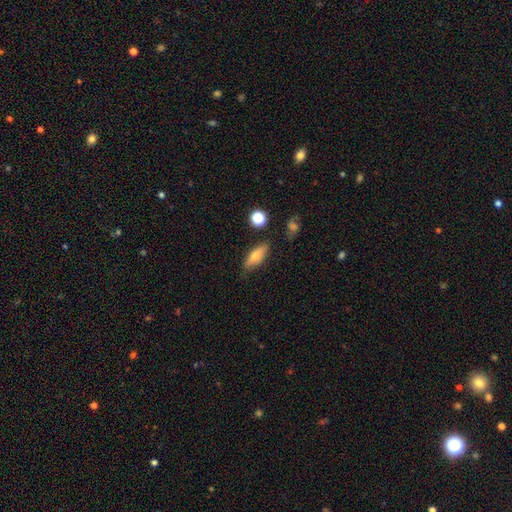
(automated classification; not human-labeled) This appears to be a smooth galaxy with no disk features (64%) that is in between round and cigar-shaped (59%). Merging: none (79%).